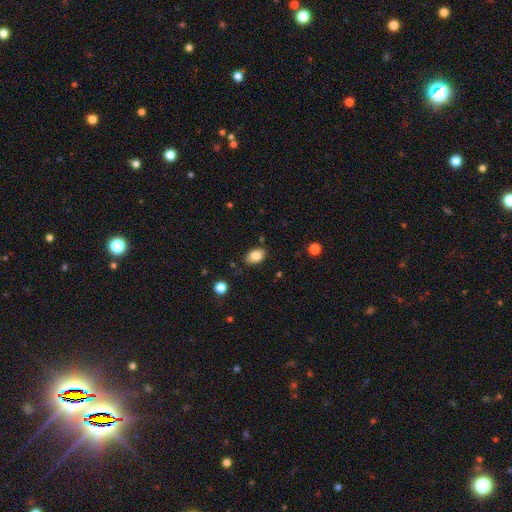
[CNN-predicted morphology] Smooth or featured? Predicted: smooth (p=0.85). How rounded? Predicted: in between (p=0.88). Merging? Predicted: none (p=0.79).